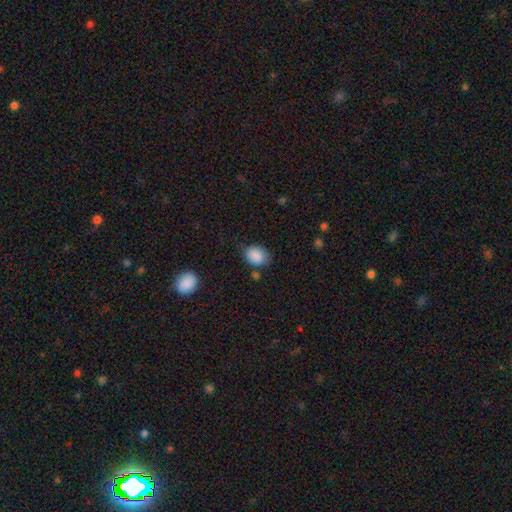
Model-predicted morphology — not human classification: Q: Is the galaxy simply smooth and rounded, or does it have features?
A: smooth — 87%.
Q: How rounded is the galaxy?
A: in between — 58%.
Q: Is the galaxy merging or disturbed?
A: none — 73%.